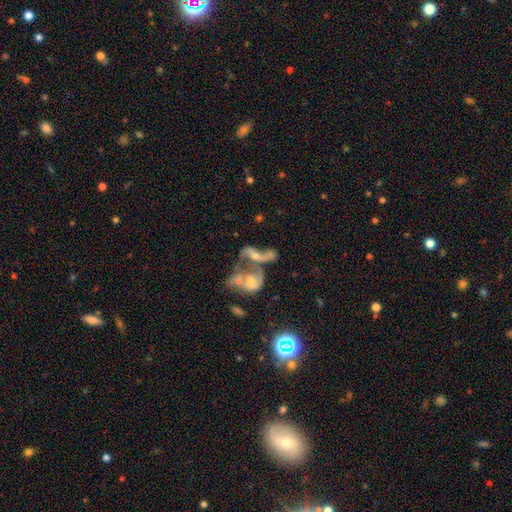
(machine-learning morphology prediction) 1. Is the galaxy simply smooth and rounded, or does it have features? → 67% featured or disk, 20% smooth, 13% star or artifact.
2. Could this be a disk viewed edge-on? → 93% no, 7% yes.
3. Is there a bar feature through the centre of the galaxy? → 63% no, 27% weak, 10% strong.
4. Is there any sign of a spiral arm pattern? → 70% yes, 30% no.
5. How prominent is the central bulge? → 47% moderate, 34% small, 12% none, 5% large, 2% dominant.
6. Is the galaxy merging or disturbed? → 68% merger, 13% none, 12% major disturbance, 7% minor disturbance.